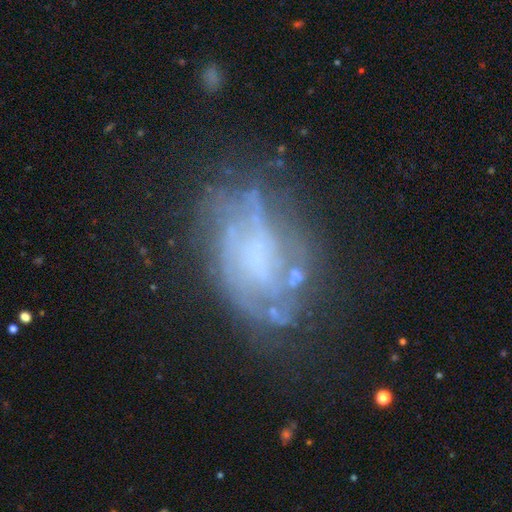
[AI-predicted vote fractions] smooth_or_featured: featured or disk (p=0.73) [alt: smooth p=0.16]
disk_edge_on: no (p=0.96) [alt: yes p=0.04]
bar: no (p=0.67) [alt: weak p=0.25]
has_spiral_arms: yes (p=0.69) [alt: no p=0.31]
bulge_size: none (p=0.59) [alt: small p=0.20]
merging: none (p=0.55) [alt: minor disturbance p=0.22]